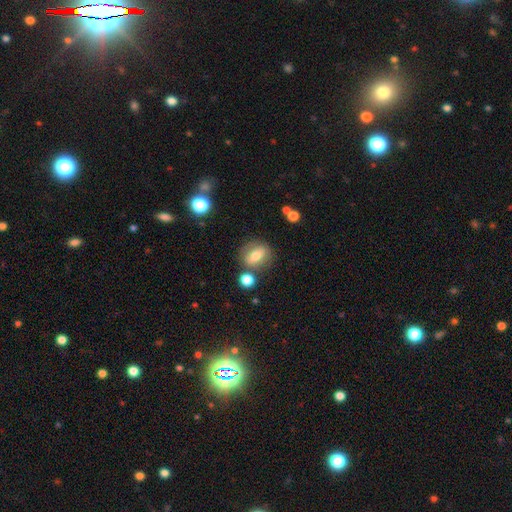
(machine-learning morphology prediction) smooth_or_featured: smooth (p=0.60) [alt: featured or disk p=0.30]
how_rounded: round (p=0.53) [alt: in between p=0.44]
merging: none (p=0.75) [alt: minor disturbance p=0.12]